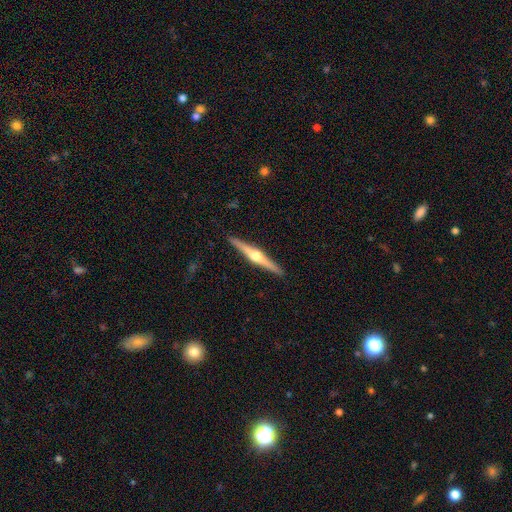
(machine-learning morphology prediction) Q: Smooth or featured?
A: featured or disk (82%); runner-up: smooth (13%)
Q: Edge-on disk?
A: yes (99%); runner-up: no (1%)
Q: Edge-on bulge?
A: rounded (96%); runner-up: boxy (3%)
Q: Merging?
A: none (92%); runner-up: minor disturbance (6%)